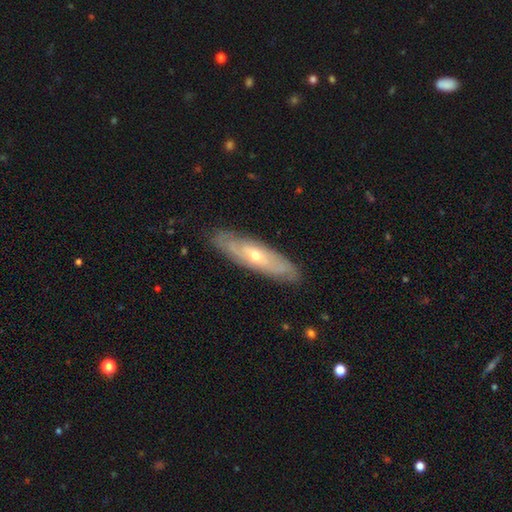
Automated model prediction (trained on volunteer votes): smooth_or_featured: featured or disk (p=0.68) [alt: smooth p=0.27]
disk_edge_on: no (p=0.68) [alt: yes p=0.32]
merging: none (p=0.84) [alt: minor disturbance p=0.12]